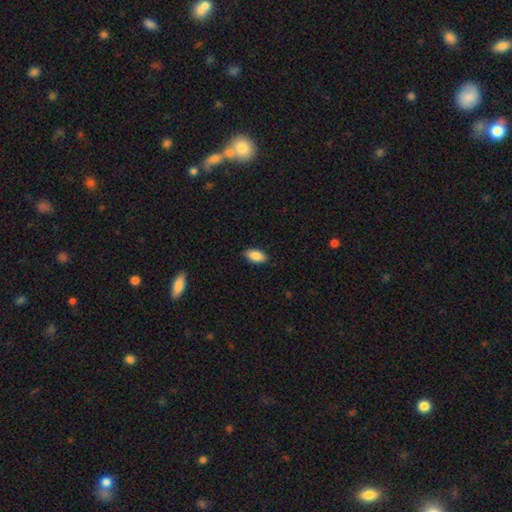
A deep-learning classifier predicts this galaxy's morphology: A smooth galaxy with no disk features (87%) that is in between round and cigar-shaped (92%).

Vote fractions:
- Smooth or featured? smooth: 87% / star or artifact: 7% / featured or disk: 6%
- How rounded? in between: 92% / cigar-shaped: 5% / round: 3%
- Merging? none: 86% / minor disturbance: 10% / major disturbance: 2% / merger: 1%